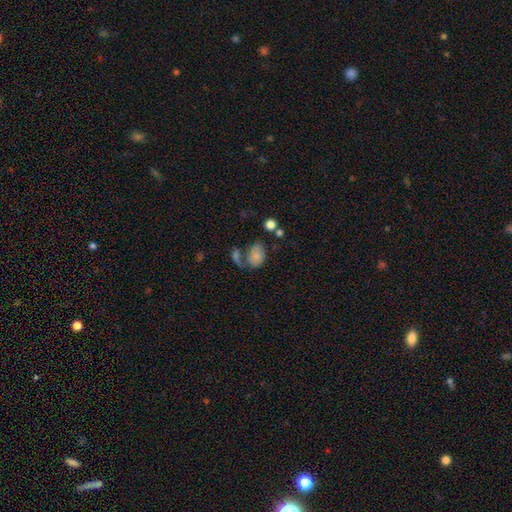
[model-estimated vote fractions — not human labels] smooth 70%, featured or disk 20%, star or artifact 10%. Down the decision tree: how rounded — in between (73%); merging — none (34%).